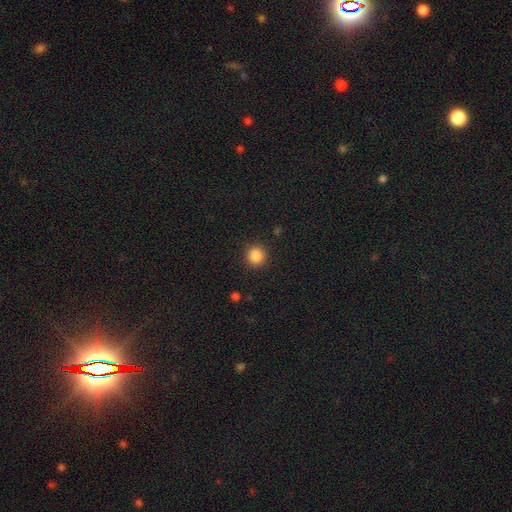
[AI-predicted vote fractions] Morphology: type=smooth (86%); roundness=round (93%); merging=none (91%).